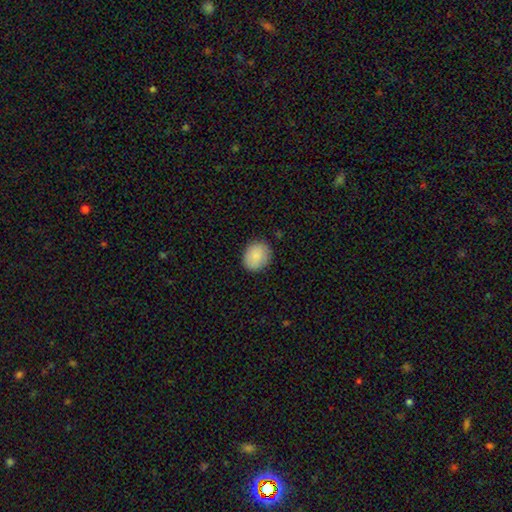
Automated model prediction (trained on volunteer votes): Smooth or featured? Predicted: smooth (p=0.87). How rounded? Predicted: round (p=0.68). Merging? Predicted: none (p=0.85).